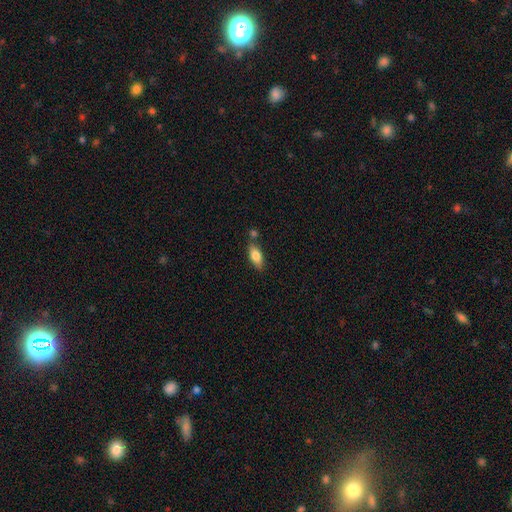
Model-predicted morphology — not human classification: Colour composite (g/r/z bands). It shows a smooth galaxy with no disk features (80%) that is in between round and cigar-shaped (80%). Merging: none (71%).